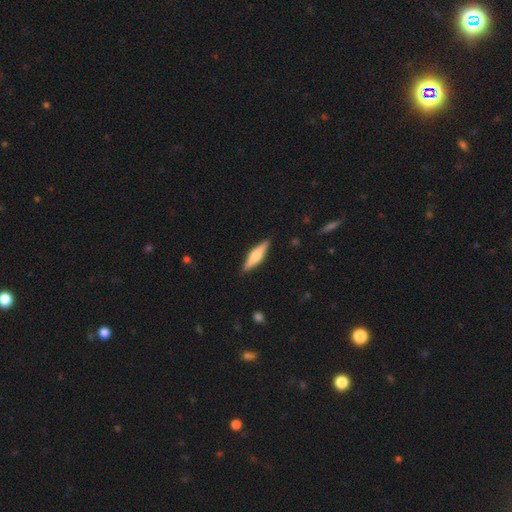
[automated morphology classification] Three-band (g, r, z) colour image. It shows a featured or disk galaxy (54%) viewed edge-on (96%) with a rounded central bulge (85%). Merging: none (88%).